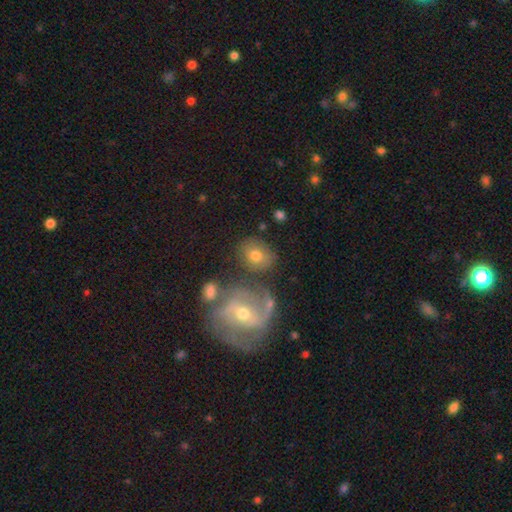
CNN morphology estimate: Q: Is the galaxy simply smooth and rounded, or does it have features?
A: smooth — 66%.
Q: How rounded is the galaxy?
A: round — 56%.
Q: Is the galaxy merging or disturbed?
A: none — 66%.